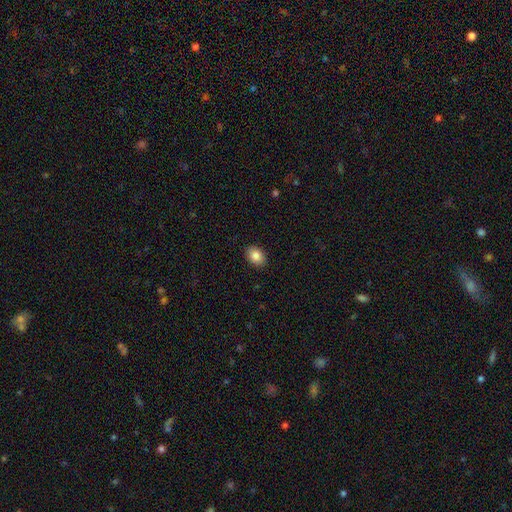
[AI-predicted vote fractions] The model was most divided on "how rounded": in between: 75%, round: 24%, cigar-shaped: 1%. More confident: merging — none (89%); smooth or featured — smooth (86%).